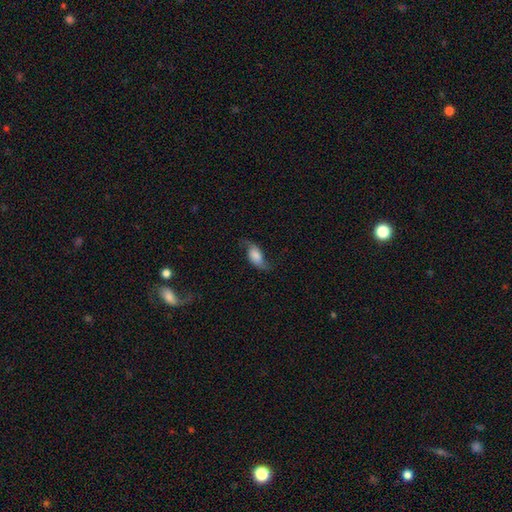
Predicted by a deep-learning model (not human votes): smooth-or-featured: featured or disk: 52% | smooth: 39% | star or artifact: 9%
  disk-edge-on: no: 90% | yes: 10%
  merging: none: 66% | minor disturbance: 21% | major disturbance: 11% | merger: 2%